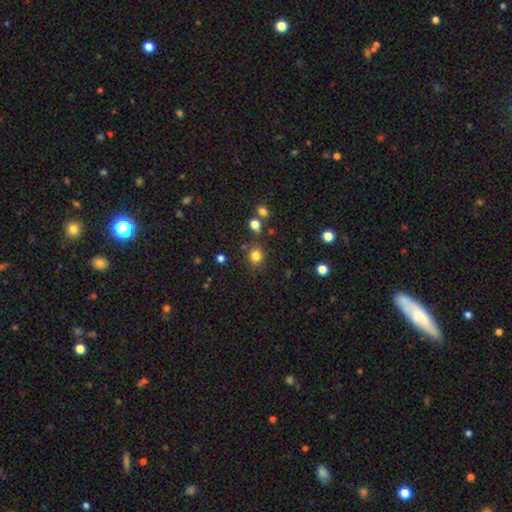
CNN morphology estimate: This is clearly a smooth galaxy (81%). How rounded: clearly round (80%). Merging: clearly none (82%).